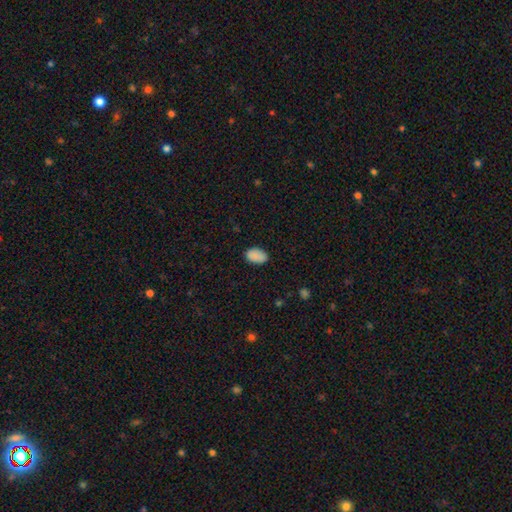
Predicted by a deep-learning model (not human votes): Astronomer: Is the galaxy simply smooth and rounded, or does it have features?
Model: smooth — 89%.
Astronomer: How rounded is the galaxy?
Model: in between — 91%.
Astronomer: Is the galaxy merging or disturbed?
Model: none — 85%.